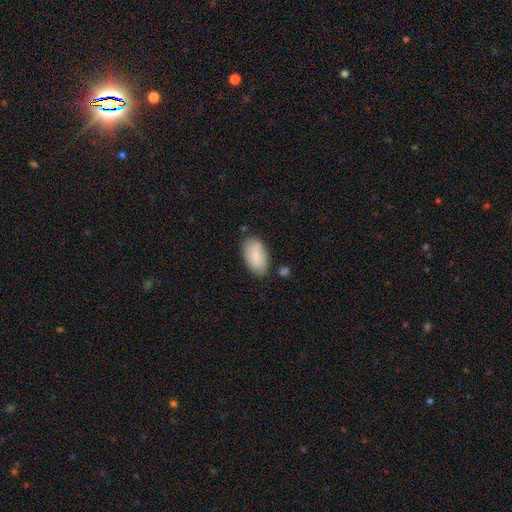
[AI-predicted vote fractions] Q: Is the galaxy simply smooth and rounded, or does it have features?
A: smooth — 80%.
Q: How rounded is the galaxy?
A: in between — 95%.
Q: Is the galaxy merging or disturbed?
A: none — 79%.